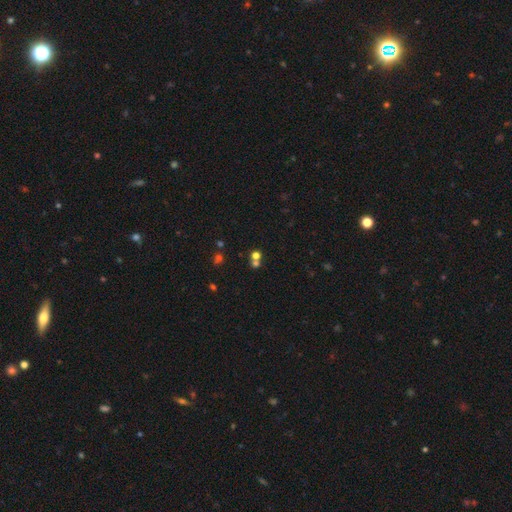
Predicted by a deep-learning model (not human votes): Q: Smooth or featured?
A: smooth (56%); runner-up: star or artifact (32%)
Q: How rounded?
A: round (85%); runner-up: in between (14%)
Q: Merging?
A: none (54%); runner-up: merger (36%)